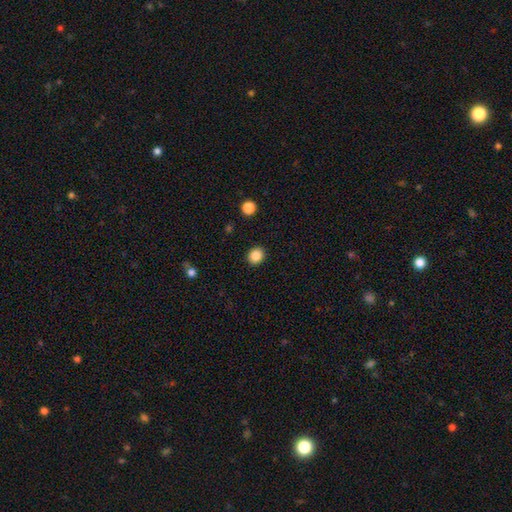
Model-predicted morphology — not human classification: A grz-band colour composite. It shows a smooth galaxy with no disk features (86%) that is round (76%). Merging: none (92%).